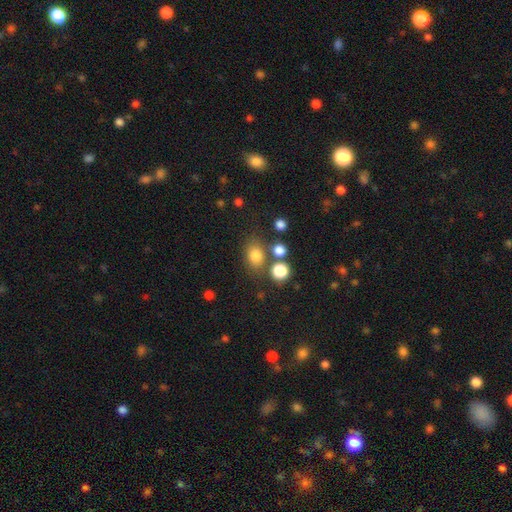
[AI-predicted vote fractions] This appears to be a smooth galaxy with no disk features (79%) that is in between round and cigar-shaped (60%). Merging: none (68%).